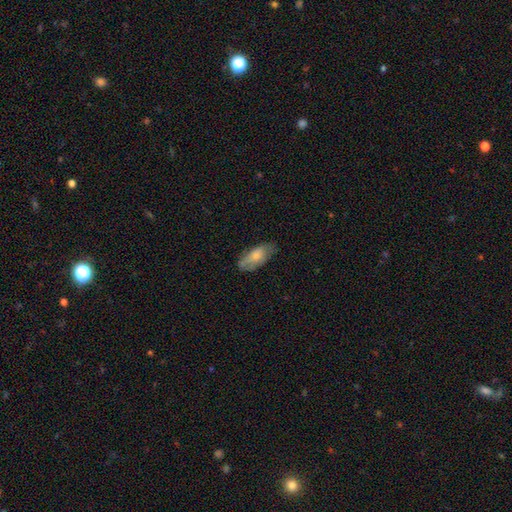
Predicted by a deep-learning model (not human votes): Q: Smooth or featured?
A: smooth (71%); runner-up: featured or disk (23%)
Q: How rounded?
A: in between (88%); runner-up: cigar-shaped (10%)
Q: Merging?
A: none (67%); runner-up: minor disturbance (25%)